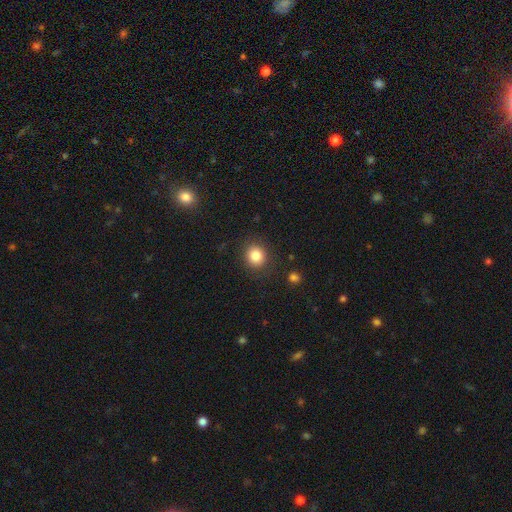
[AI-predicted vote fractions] Smooth or featured?
  - smooth: 84% *
  - star or artifact: 10%
  - featured or disk: 6%
How rounded?
  - round: 80% *
  - in between: 19%
  - cigar-shaped: 1%
Merging?
  - none: 87% *
  - minor disturbance: 8%
  - major disturbance: 3%
  - merger: 1%